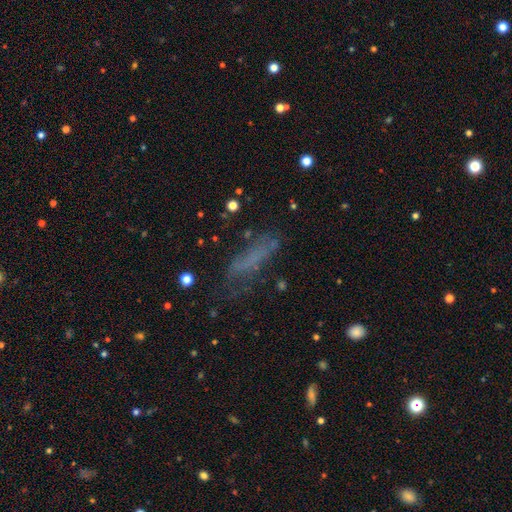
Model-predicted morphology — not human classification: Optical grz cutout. It shows a smooth galaxy with no disk features (51%) that is cigar-shaped (60%). Merging: none (53%).